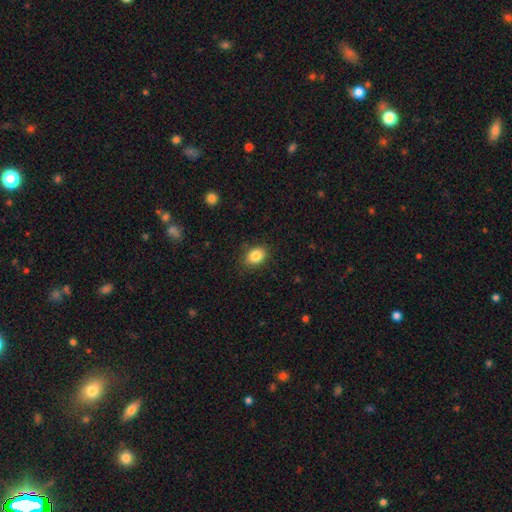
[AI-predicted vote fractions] smooth-or-featured: smooth: 86% | star or artifact: 9% | featured or disk: 5%
  how-rounded: in between: 73% | round: 26% | cigar-shaped: 1%
  merging: none: 83% | minor disturbance: 12% | major disturbance: 3% | merger: 1%